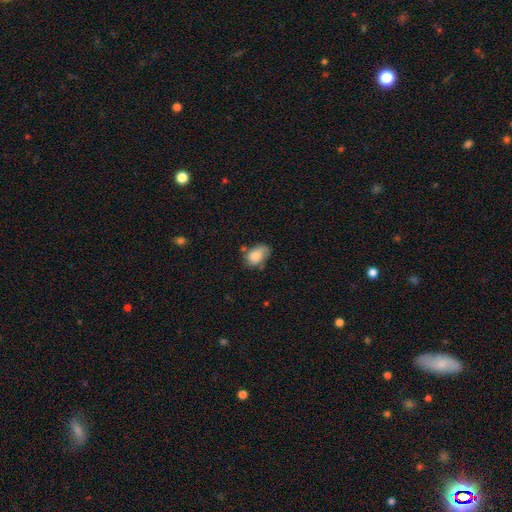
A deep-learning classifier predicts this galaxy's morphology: A smooth galaxy with no disk features (79%) that is in between round and cigar-shaped (82%).

Vote fractions:
- Smooth or featured? smooth: 79% / featured or disk: 13% / star or artifact: 8%
- How rounded? in between: 82% / round: 16% / cigar-shaped: 1%
- Merging? none: 46% / minor disturbance: 35% / major disturbance: 12% / merger: 7%